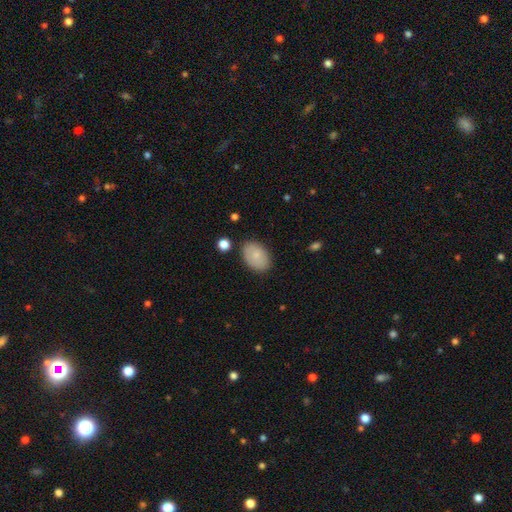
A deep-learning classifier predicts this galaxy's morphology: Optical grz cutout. It shows a smooth galaxy with no disk features (82%) that is in between round and cigar-shaped (87%). Merging: none (83%).